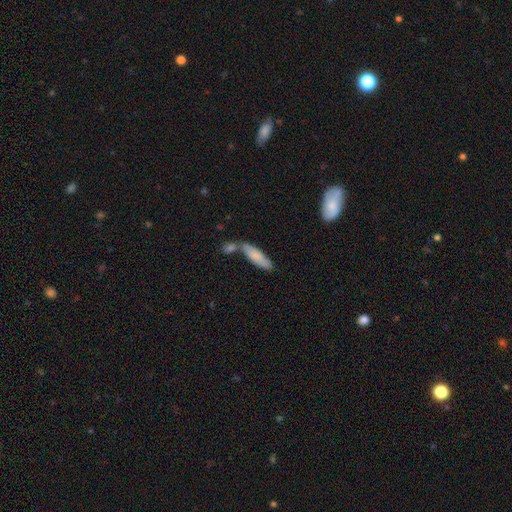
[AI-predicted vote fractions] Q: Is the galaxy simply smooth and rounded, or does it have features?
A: smooth — 78%.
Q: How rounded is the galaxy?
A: cigar-shaped — 56%.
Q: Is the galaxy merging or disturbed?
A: none — 49%.